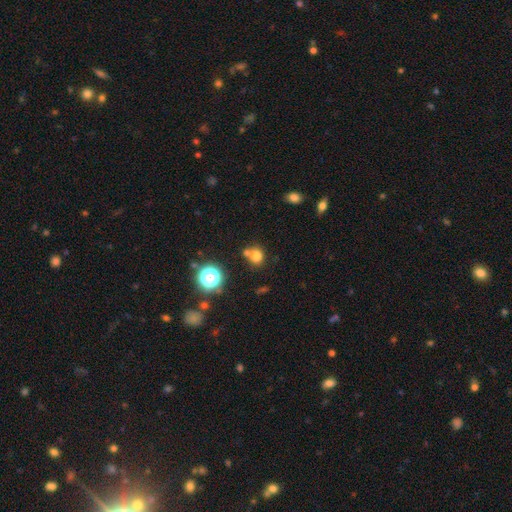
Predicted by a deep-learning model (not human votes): A smooth galaxy with no disk features (75%) that is round (80%).

Vote fractions:
- Smooth or featured? smooth: 75% / star or artifact: 17% / featured or disk: 8%
- How rounded? round: 80% / in between: 19% / cigar-shaped: 1%
- Merging? none: 59% / merger: 25% / minor disturbance: 12% / major disturbance: 4%